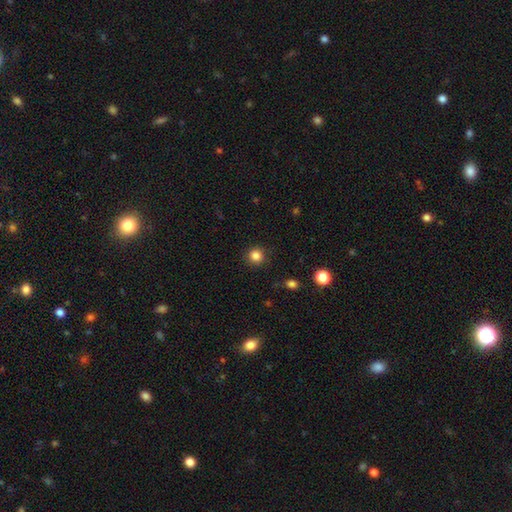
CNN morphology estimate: Smooth or featured? Predicted: smooth (p=0.84). How rounded? Predicted: round (p=0.93). Merging? Predicted: none (p=0.89).